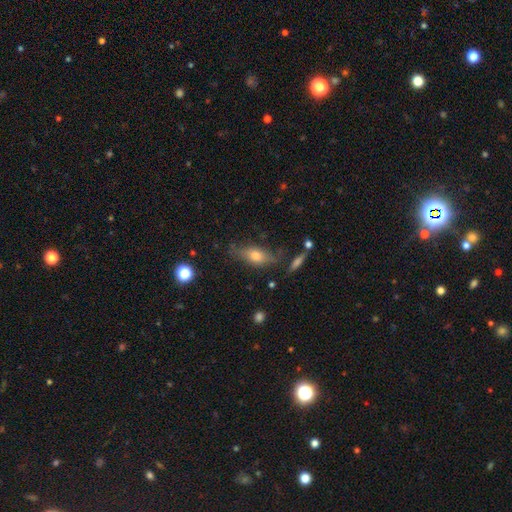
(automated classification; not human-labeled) This appears to be a smooth galaxy with no disk features (56%) that is in between round and cigar-shaped (69%). Merging: none (65%).